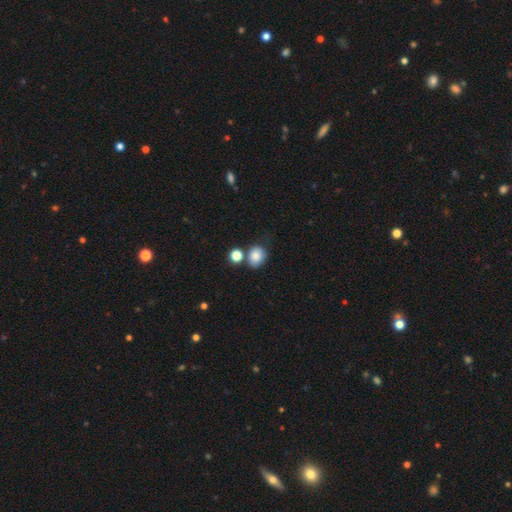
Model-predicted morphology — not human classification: smooth_or_featured: smooth (p=0.84) [alt: star or artifact p=0.10]
how_rounded: round (p=0.62) [alt: in between p=0.37]
merging: none (p=0.63) [alt: merger p=0.17]